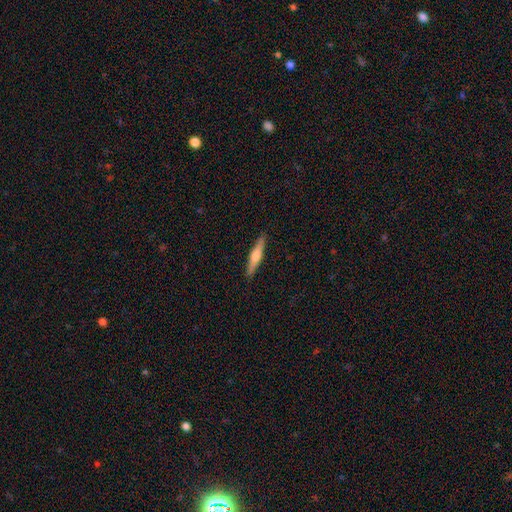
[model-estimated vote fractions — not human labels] smooth_or_featured: featured or disk (p=0.54) [alt: smooth p=0.40]
disk_edge_on: yes (p=0.97) [alt: no p=0.03]
edge_on_bulge: rounded (p=0.79) [alt: boxy p=0.13]
merging: none (p=0.91) [alt: minor disturbance p=0.07]